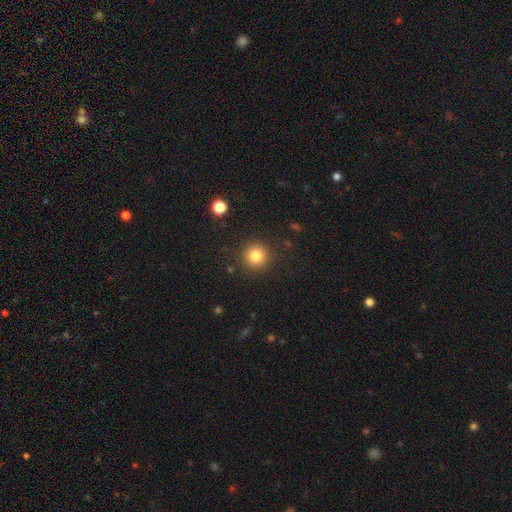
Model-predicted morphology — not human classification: Overall: smooth (82%). How rounded: round (94%). Merging: none (89%).